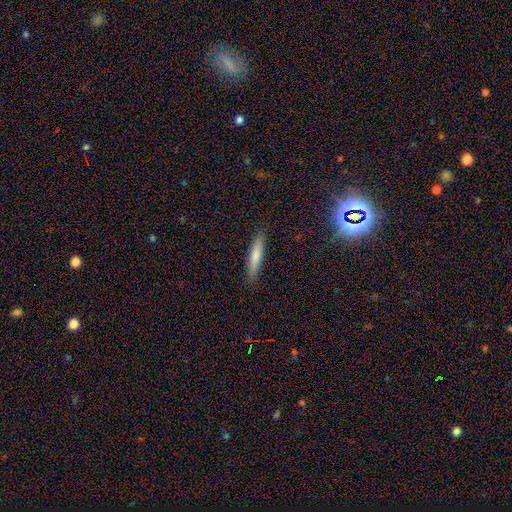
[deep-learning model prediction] This appears to be a smooth galaxy with no disk features (78%) that is cigar-shaped (83%). Merging: none (86%).